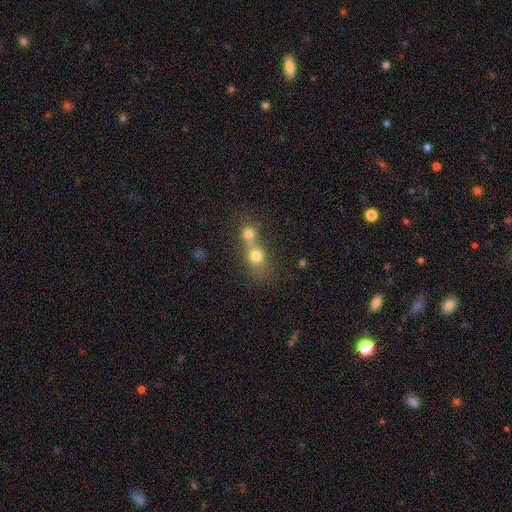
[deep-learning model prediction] This is likely a smooth galaxy (69%). How rounded: likely round (67%). Merging: likely merger (65%).